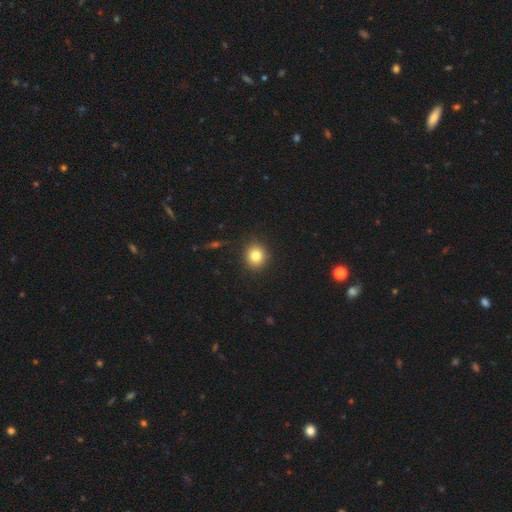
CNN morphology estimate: smooth_or_featured: smooth (p=0.81) [alt: star or artifact p=0.11]
how_rounded: round (p=0.85) [alt: in between p=0.14]
merging: none (p=0.90) [alt: minor disturbance p=0.07]